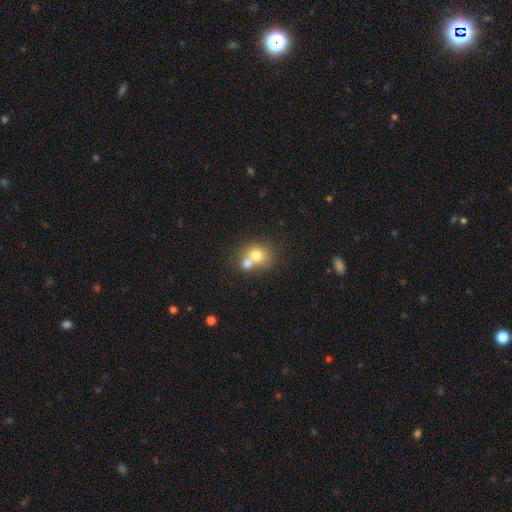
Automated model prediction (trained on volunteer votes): smooth-or-featured: smooth: 71% | featured or disk: 19% | star or artifact: 11%
  how-rounded: round: 70% | in between: 29% | cigar-shaped: 1%
  merging: merger: 61% | none: 29% | minor disturbance: 7% | major disturbance: 3%